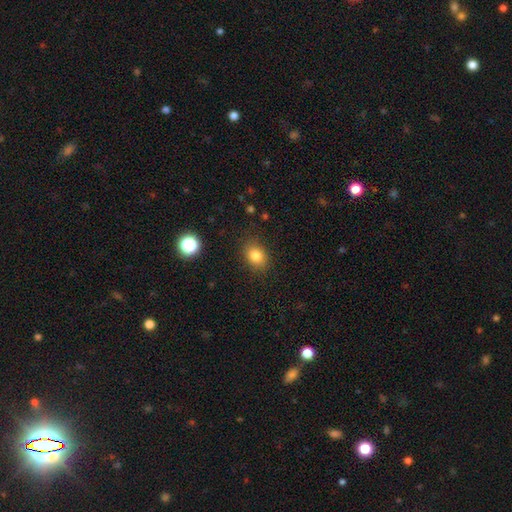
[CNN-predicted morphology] type=smooth (82%); roundness=in between (60%); merging=none (85%).